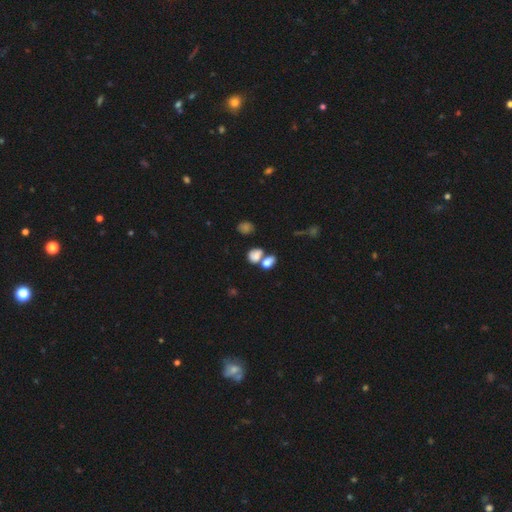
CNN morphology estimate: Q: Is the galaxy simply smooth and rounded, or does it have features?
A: smooth — 76%.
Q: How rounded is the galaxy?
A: in between — 67%.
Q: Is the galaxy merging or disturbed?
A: merger — 53%.